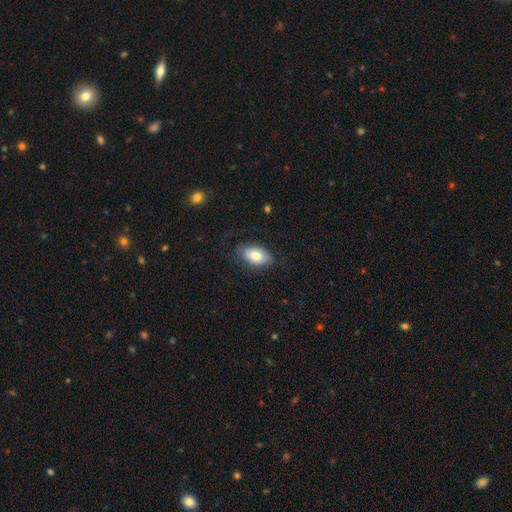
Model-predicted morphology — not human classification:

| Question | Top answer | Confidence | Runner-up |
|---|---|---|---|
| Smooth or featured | smooth | 76% | featured or disk (17%) |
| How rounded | in between | 91% | round (7%) |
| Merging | none | 73% | minor disturbance (19%) |